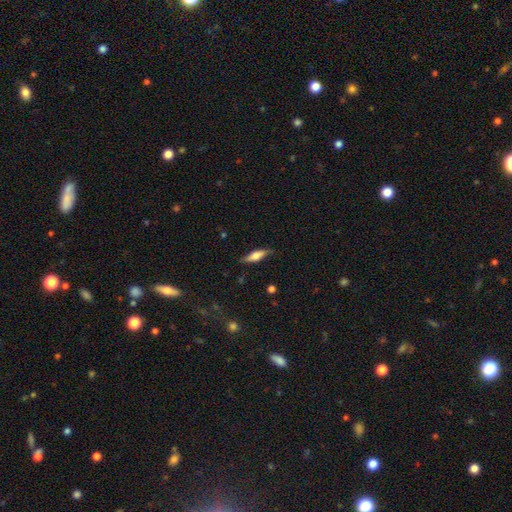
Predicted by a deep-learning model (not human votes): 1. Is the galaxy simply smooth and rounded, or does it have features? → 52% smooth, 41% featured or disk, 6% star or artifact.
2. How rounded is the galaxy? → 56% cigar-shaped, 41% in between, 3% round.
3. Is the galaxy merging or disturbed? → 79% none, 17% minor disturbance, 3% major disturbance, 1% merger.